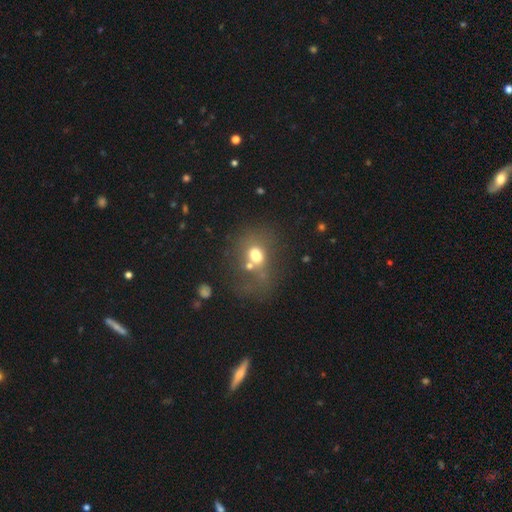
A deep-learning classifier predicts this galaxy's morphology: A smooth galaxy with no disk features (64%) that is in between round and cigar-shaped (52%). Merging: none (35%).